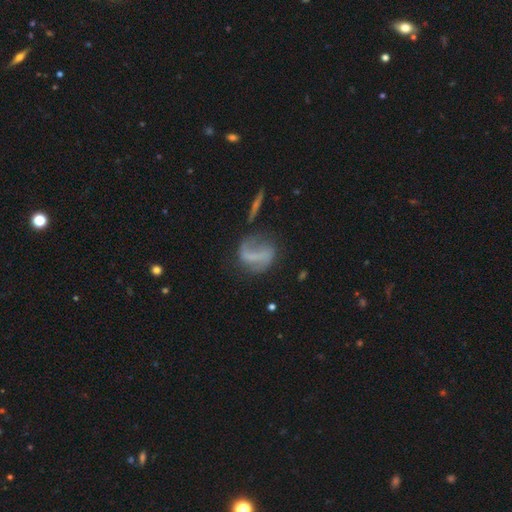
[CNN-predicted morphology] Smooth or featured: featured or disk — 61% (smooth — 28%)
Edge-on disk: no — 94% (yes — 6%)
Bar: strong — 45% (weak — 29%)
Spiral arms: yes — 68% (no — 32%)
Bulge size: none — 67% (small — 22%)
Merging: none — 50% (major disturbance — 22%)